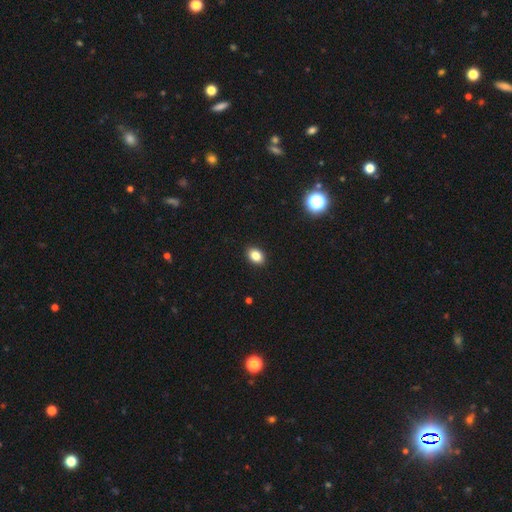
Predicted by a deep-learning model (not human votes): Smooth or featured: smooth — 84% (star or artifact — 10%)
How rounded: in between — 74% (round — 25%)
Merging: none — 91% (minor disturbance — 7%)